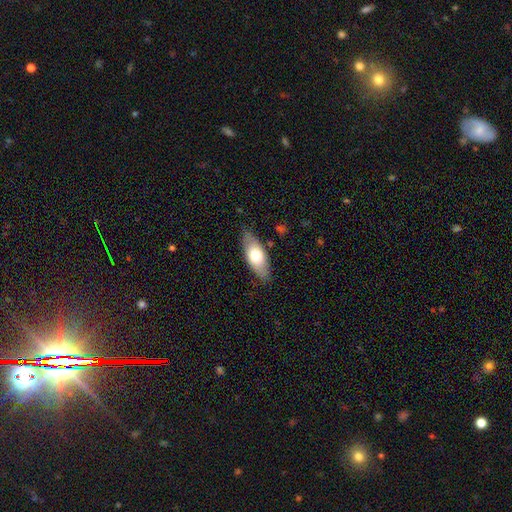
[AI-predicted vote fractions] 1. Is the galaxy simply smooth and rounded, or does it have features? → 65% smooth, 29% featured or disk, 6% star or artifact.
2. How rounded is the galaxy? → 81% in between, 17% cigar-shaped, 2% round.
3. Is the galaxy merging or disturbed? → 83% none, 13% minor disturbance, 3% major disturbance, 1% merger.